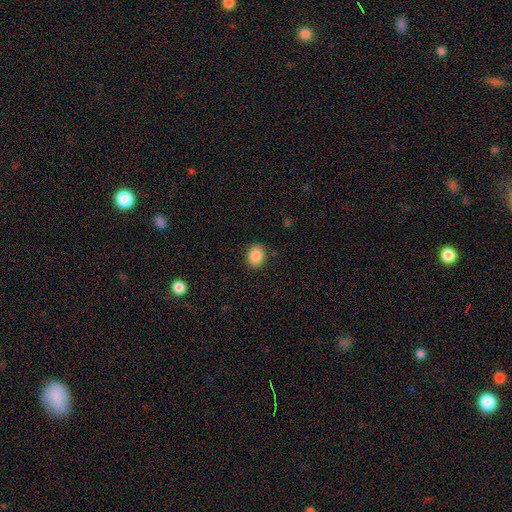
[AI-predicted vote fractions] A smooth galaxy with no disk features (88%) that is in between round and cigar-shaped (51%). Merging: none (87%).